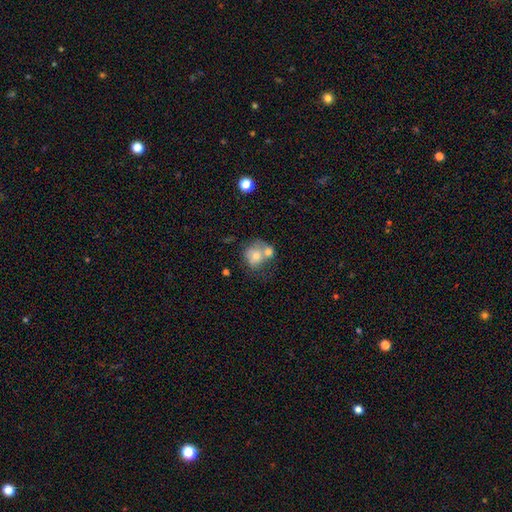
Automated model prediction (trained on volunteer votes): Morphology: type=smooth (57%); roundness=round (66%); merging=merger (48%).